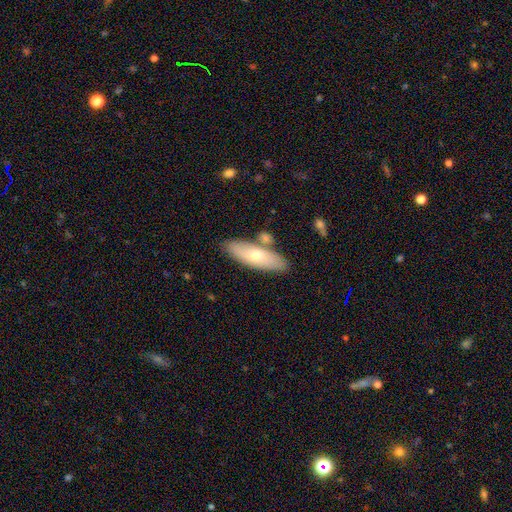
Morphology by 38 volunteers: smooth_or_featured: smooth (p=0.66) [alt: featured or disk p=0.29]
how_rounded: in between (p=0.52) [alt: cigar-shaped p=0.48]
merging: none (p=0.89) [alt: merger p=0.06]